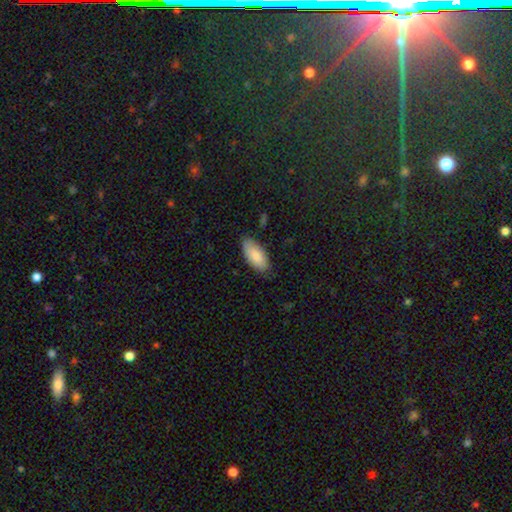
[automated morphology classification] Smooth or featured: smooth — 86% (featured or disk — 9%)
How rounded: in between — 92% (cigar-shaped — 7%)
Merging: none — 79% (minor disturbance — 17%)